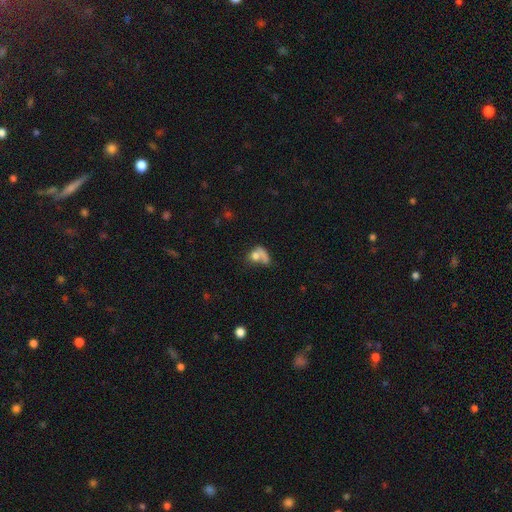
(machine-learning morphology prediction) Q: Smooth or featured?
A: smooth (67%); runner-up: featured or disk (20%)
Q: How rounded?
A: in between (48%); runner-up: round (47%)
Q: Merging?
A: merger (42%); runner-up: none (29%)